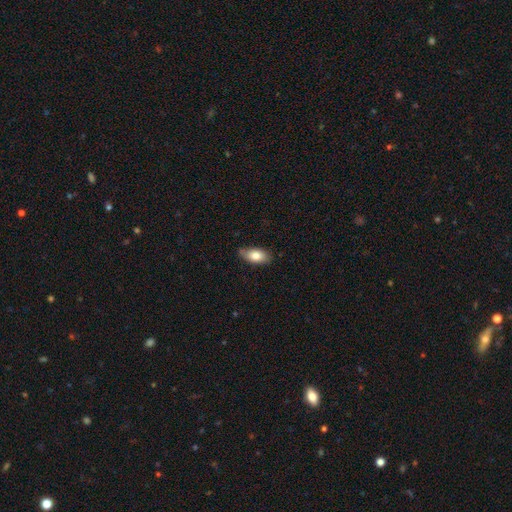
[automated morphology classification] Smooth or featured? Predicted: smooth (p=0.78). How rounded? Predicted: in between (p=0.90). Merging? Predicted: none (p=0.77).